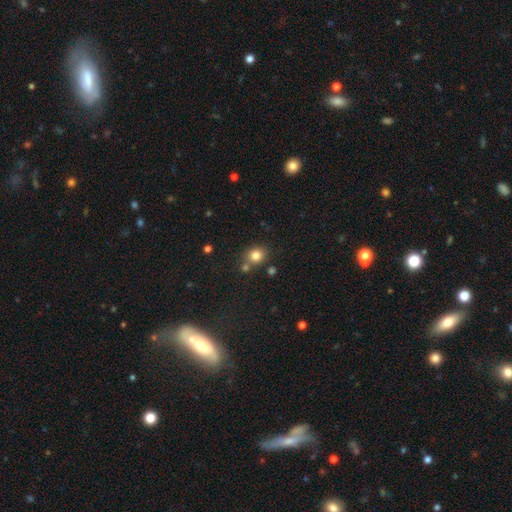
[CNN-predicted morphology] smooth-or-featured: smooth: 81% | star or artifact: 12% | featured or disk: 7%
  how-rounded: round: 74% | in between: 25% | cigar-shaped: 1%
  merging: none: 69% | merger: 17% | minor disturbance: 11% | major disturbance: 3%